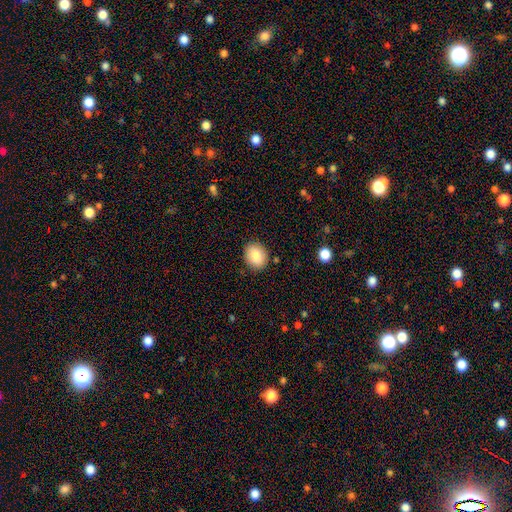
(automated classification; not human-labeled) Smooth or featured? Predicted: smooth (p=0.82). How rounded? Predicted: in between (p=0.51). Merging? Predicted: none (p=0.87).